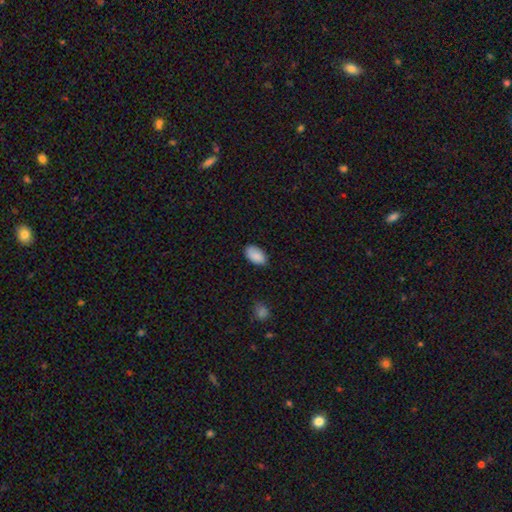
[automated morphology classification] Smooth or featured: smooth — 88% (star or artifact — 7%)
How rounded: in between — 94% (round — 4%)
Merging: none — 81% (minor disturbance — 15%)